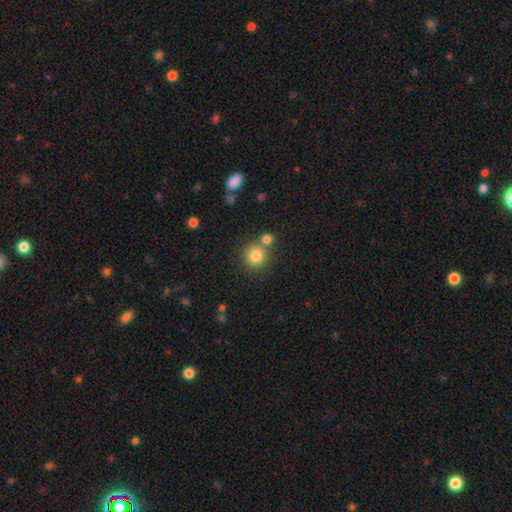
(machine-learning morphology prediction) Q: Smooth or featured?
A: smooth (82%); runner-up: star or artifact (11%)
Q: How rounded?
A: round (91%); runner-up: in between (8%)
Q: Merging?
A: none (69%); runner-up: merger (20%)